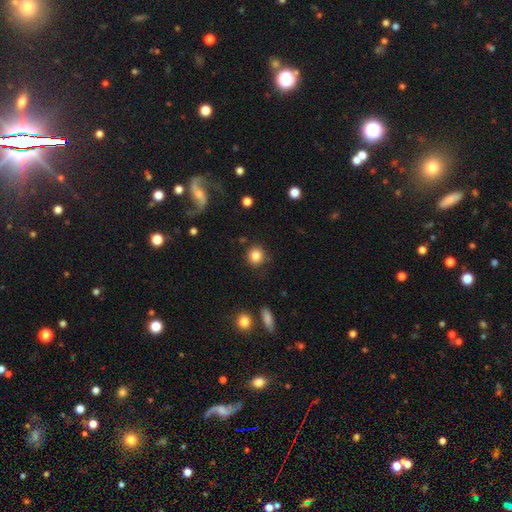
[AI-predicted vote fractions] This appears to be a smooth galaxy with no disk features (84%) that is round (88%). Merging: none (83%).